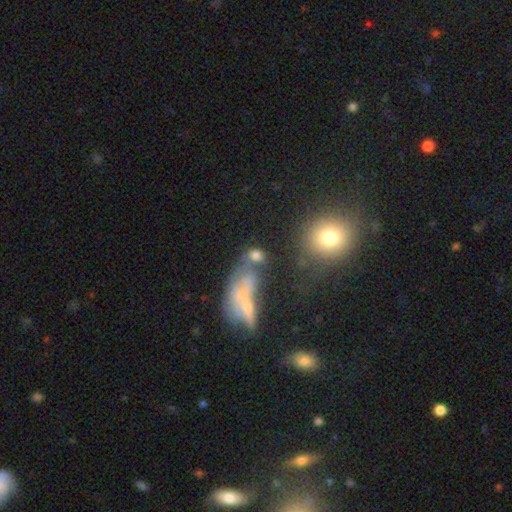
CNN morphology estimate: type=smooth (67%); roundness=round (49%); merging=none (46%).